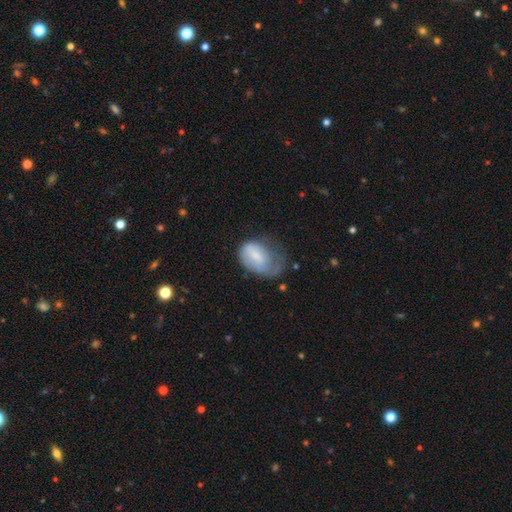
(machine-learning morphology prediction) type=smooth (63%); roundness=in between (81%); merging=major disturbance (42%).